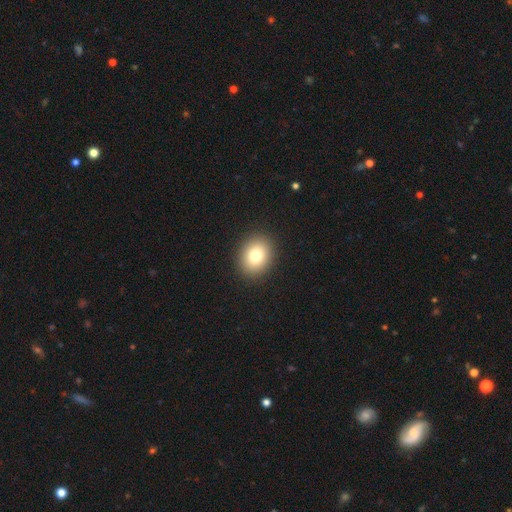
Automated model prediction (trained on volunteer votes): Smooth or featured: smooth — 80% (star or artifact — 10%)
How rounded: round — 57% (in between — 42%)
Merging: none — 91% (minor disturbance — 6%)